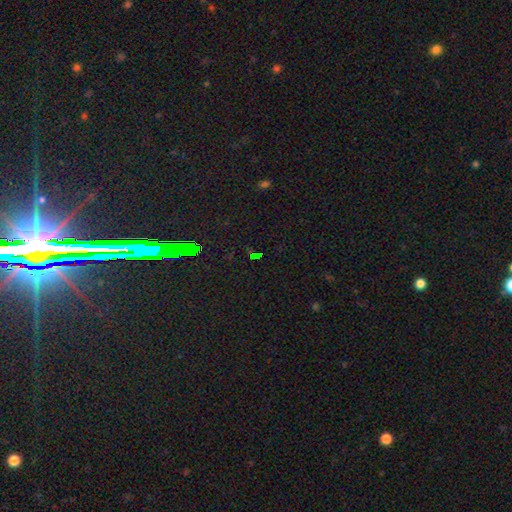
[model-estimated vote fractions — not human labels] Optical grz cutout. It shows a star or artifact, not a galaxy (74%).